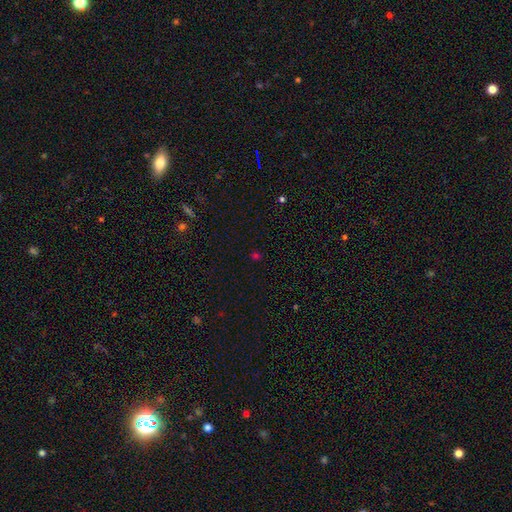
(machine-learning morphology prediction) Smooth or featured: smooth — 50% (star or artifact — 45%)
Merging: none — 84% (minor disturbance — 9%)